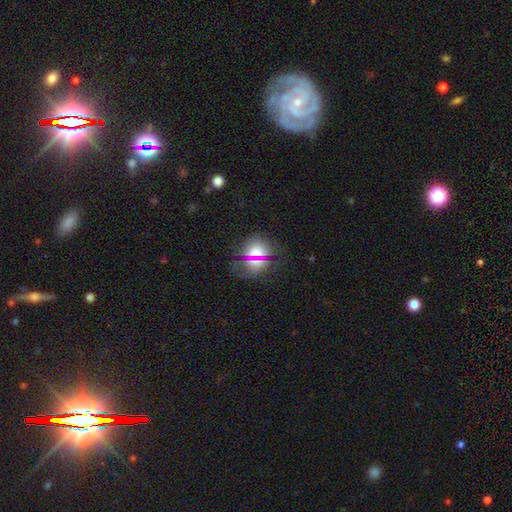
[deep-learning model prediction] This is possibly a smooth galaxy (59%). How rounded: likely round (68%). Merging: likely none (71%).